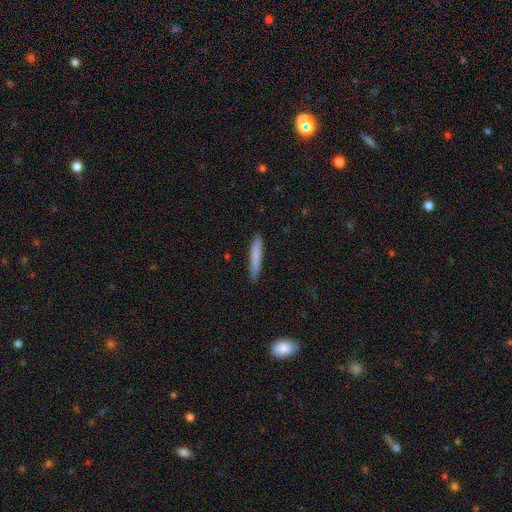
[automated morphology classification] The model was most divided on "smooth or featured": smooth: 81%, featured or disk: 13%, star or artifact: 6%. More confident: how rounded — cigar-shaped (93%); merging — none (88%).